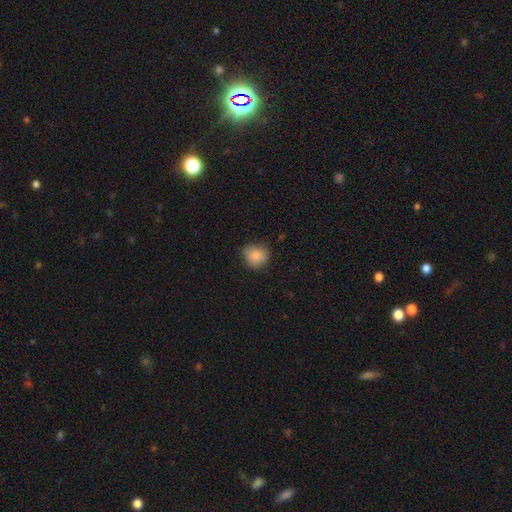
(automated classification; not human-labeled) Smooth or featured? Predicted: smooth (p=0.82). How rounded? Predicted: round (p=0.83). Merging? Predicted: none (p=0.78).